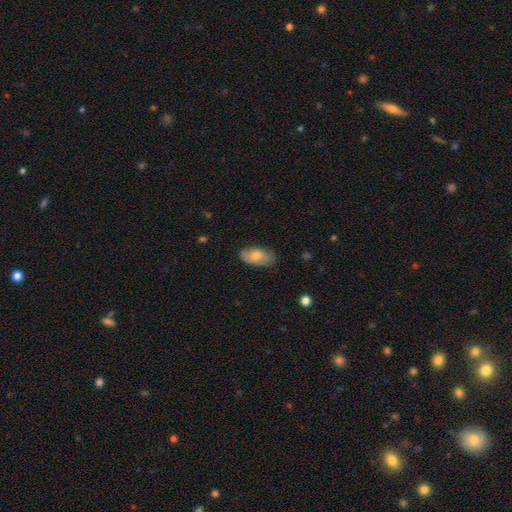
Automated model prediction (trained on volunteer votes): Smooth or featured? smooth (70%)
How rounded? in between (92%)
Merging? none (76%)